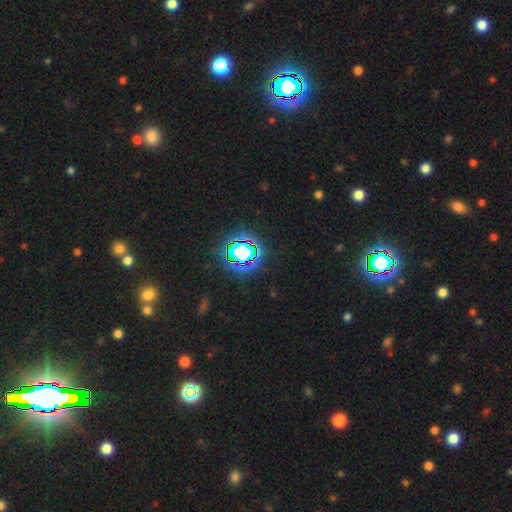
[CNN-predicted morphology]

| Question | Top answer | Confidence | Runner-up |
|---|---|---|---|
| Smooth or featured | star or artifact | 81% | smooth (11%) |